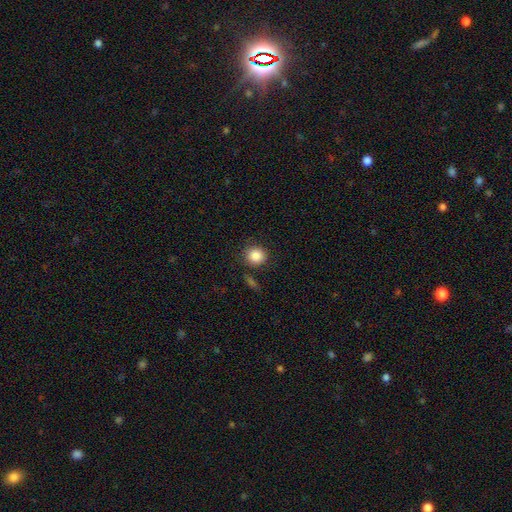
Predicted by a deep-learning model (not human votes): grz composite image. It shows a smooth galaxy with no disk features (87%) that is round (85%). Merging: none (82%).